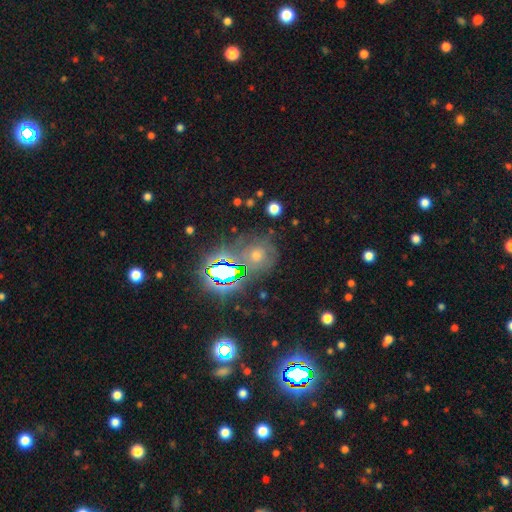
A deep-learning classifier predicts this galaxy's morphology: Smooth or featured? Predicted: star or artifact (p=0.52).